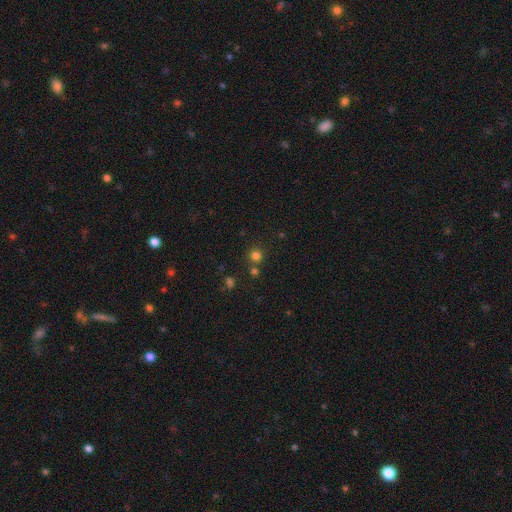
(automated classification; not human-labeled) smooth 75%, star or artifact 20%, featured or disk 5%. Down the decision tree: how rounded — round (92%); merging — none (75%).